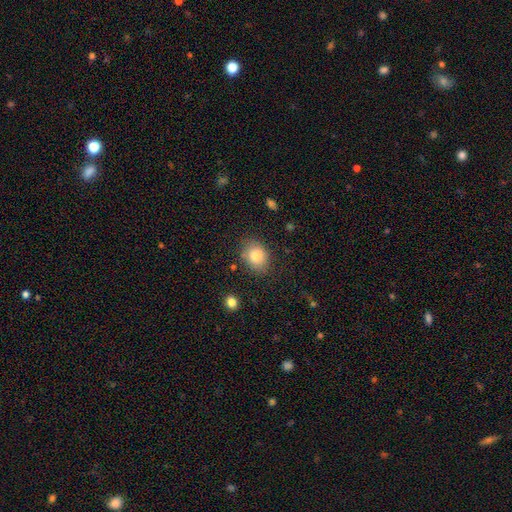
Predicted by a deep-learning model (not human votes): The model was most divided on "how rounded": round: 55%, in between: 44%, cigar-shaped: 1%. More confident: smooth or featured — smooth (81%); merging — none (78%).